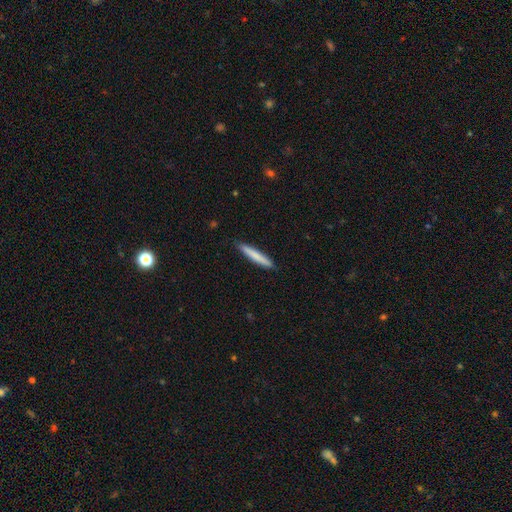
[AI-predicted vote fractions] This appears to be a smooth galaxy with no disk features (77%) that is cigar-shaped (94%). Merging: none (88%).